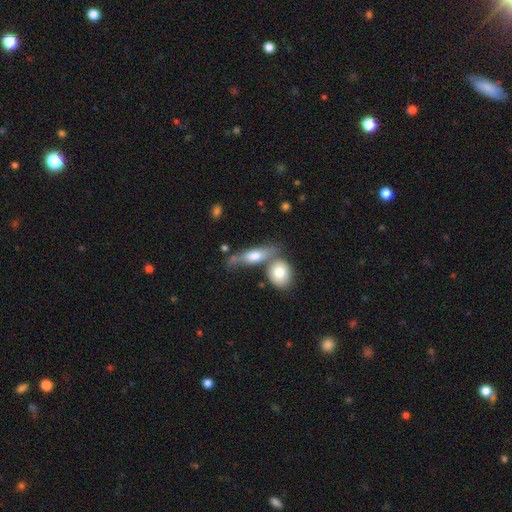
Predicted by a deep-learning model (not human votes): smooth 57%, featured or disk 37%, star or artifact 6%. Down the decision tree: how rounded — in between (57%); merging — none (46%).